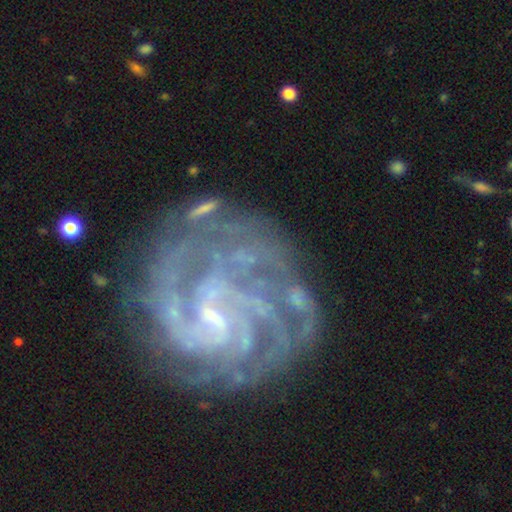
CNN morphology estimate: Smooth or featured?
  - featured or disk: 88% *
  - star or artifact: 7%
  - smooth: 5%
Edge-on disk?
  - no: 98% *
  - yes: 2%
Bar?
  - weak: 52% *
  - no: 30%
  - strong: 18%
Spiral arms?
  - yes: 97% *
  - no: 3%
Spiral winding?
  - tight: 59% *
  - medium: 34%
  - loose: 7%
Spiral arm count?
  - can't tell: 24% *
  - 4: 23%
  - 3: 20%
  - 2: 13%
  - more than 4: 12%
  - 1: 8%
Bulge size?
  - small: 58% *
  - none: 25%
  - moderate: 14%
  - large: 1%
  - dominant: 1%
Merging?
  - none: 67% *
  - minor disturbance: 17%
  - major disturbance: 13%
  - merger: 3%